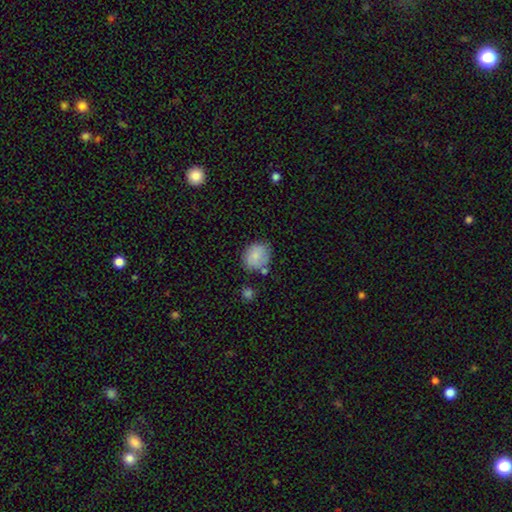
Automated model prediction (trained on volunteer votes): The model was most divided on "merging": none: 65%, minor disturbance: 20%, merger: 10%, major disturbance: 5%. More confident: smooth or featured — smooth (79%); how rounded — round (72%).